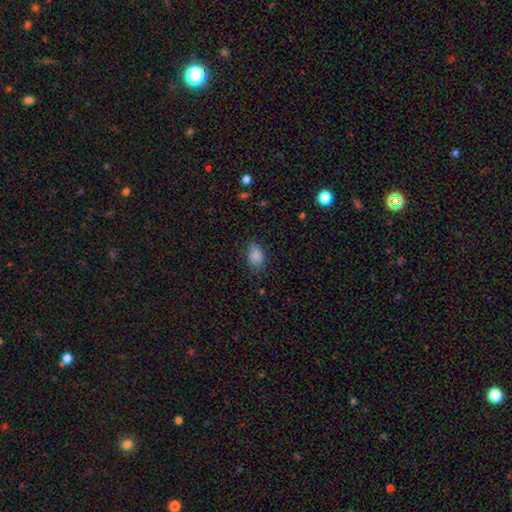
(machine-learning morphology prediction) A smooth galaxy with no disk features (86%) that is in between round and cigar-shaped (78%).

Vote fractions:
- Smooth or featured? smooth: 86% / star or artifact: 9% / featured or disk: 5%
- How rounded? in between: 78% / round: 21% / cigar-shaped: 1%
- Merging? none: 73% / minor disturbance: 21% / major disturbance: 5% / merger: 1%